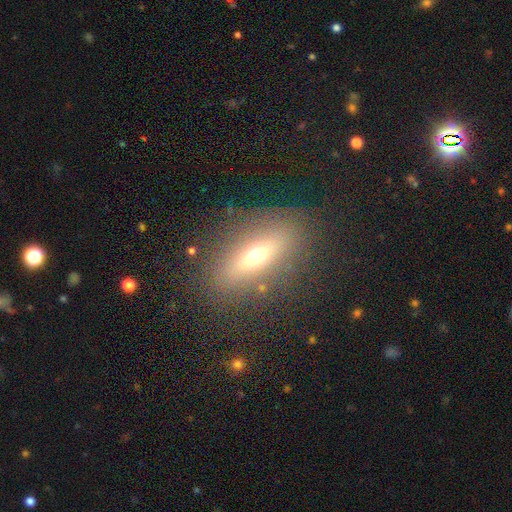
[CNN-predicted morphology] Smooth or featured: smooth — 47% (featured or disk — 40%)
Merging: none — 84% (minor disturbance — 10%)